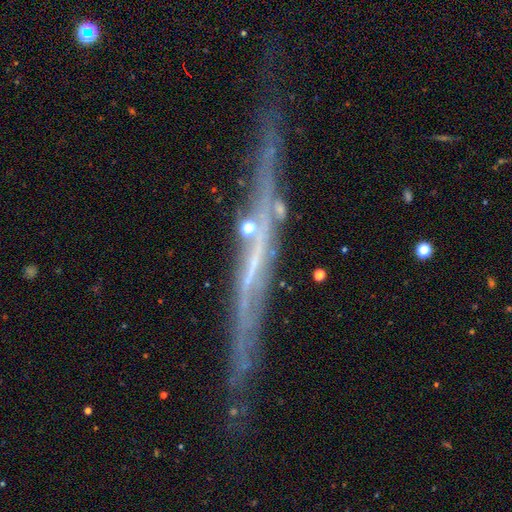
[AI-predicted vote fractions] smooth_or_featured: featured or disk (p=0.74) [alt: smooth p=0.16]
disk_edge_on: yes (p=0.93) [alt: no p=0.07]
edge_on_bulge: none (p=0.76) [alt: rounded p=0.17]
merging: none (p=0.78) [alt: minor disturbance p=0.15]